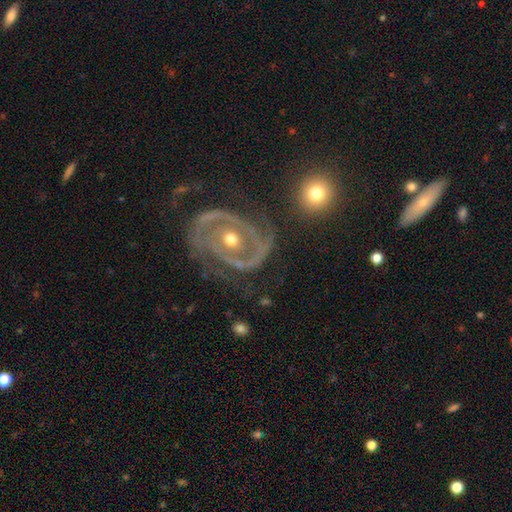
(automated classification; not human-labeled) This appears to be a featured or disk galaxy (89%) with no bar (60%), 2 (72%) tight (55%) spiral arms (91%) and a moderate central bulge (63%). Merging: none (68%).